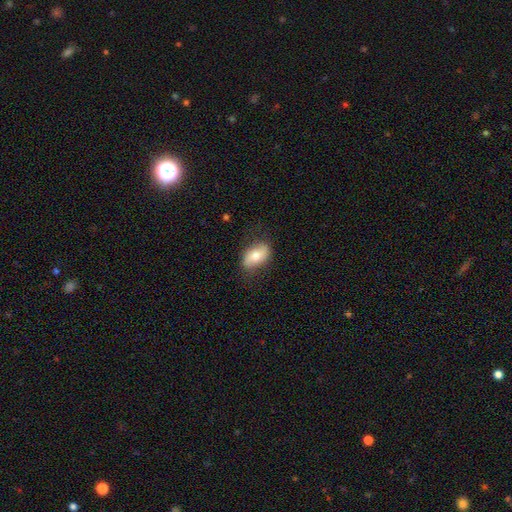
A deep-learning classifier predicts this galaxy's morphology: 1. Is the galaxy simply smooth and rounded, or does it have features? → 64% smooth, 29% featured or disk, 7% star or artifact.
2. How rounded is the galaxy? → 89% in between, 8% round, 3% cigar-shaped.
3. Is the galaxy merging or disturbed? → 75% none, 19% minor disturbance, 5% major disturbance, 1% merger.